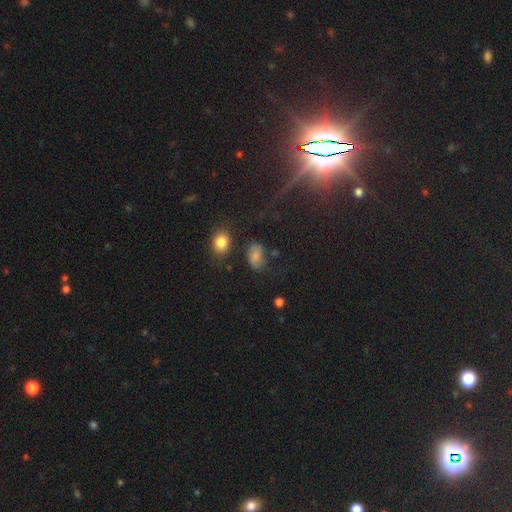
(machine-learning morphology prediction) Smooth or featured: smooth — 75% (star or artifact — 15%)
How rounded: in between — 84% (round — 14%)
Merging: none — 62% (minor disturbance — 22%)